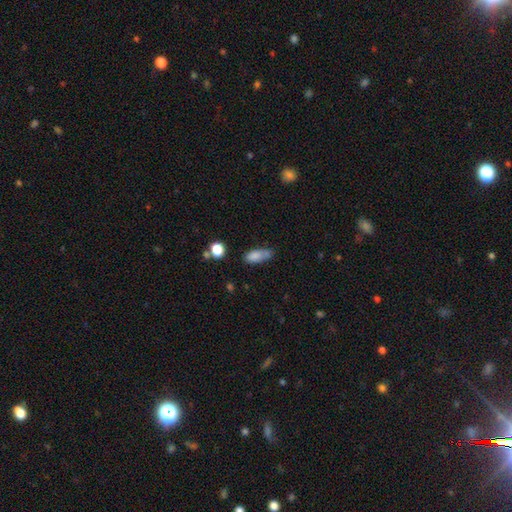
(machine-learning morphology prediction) A smooth galaxy with no disk features (78%) that is in between round and cigar-shaped (77%).

Vote fractions:
- Smooth or featured? smooth: 78% / featured or disk: 12% / star or artifact: 10%
- How rounded? in between: 77% / cigar-shaped: 18% / round: 5%
- Merging? none: 44% / minor disturbance: 30% / merger: 14% / major disturbance: 12%